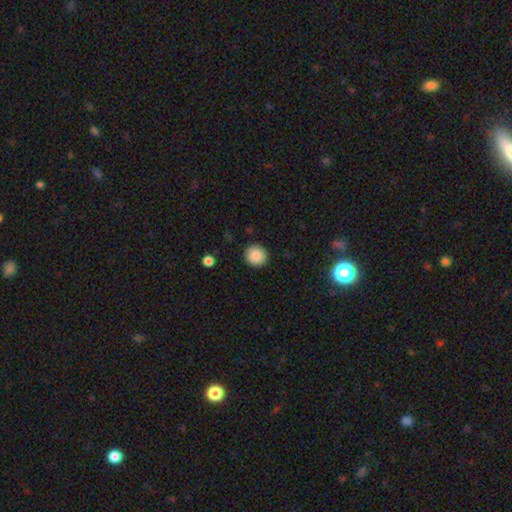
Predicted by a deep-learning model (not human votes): Overall: smooth (88%). How rounded: round (90%). Merging: none (91%).